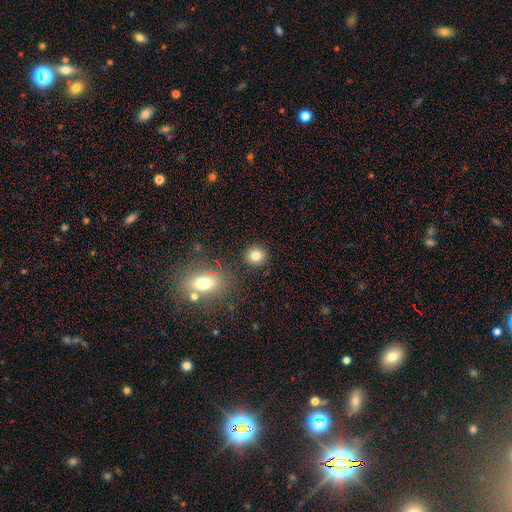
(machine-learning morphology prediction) Smooth or featured? smooth (81%)
How rounded? round (88%)
Merging? none (87%)